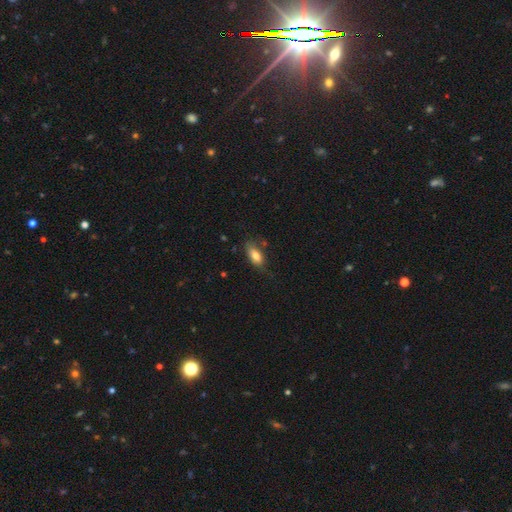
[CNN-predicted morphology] The model was most divided on "merging": none: 64%, minor disturbance: 26%, major disturbance: 7%, merger: 3%. More confident: how rounded — in between (86%); smooth or featured — smooth (77%).